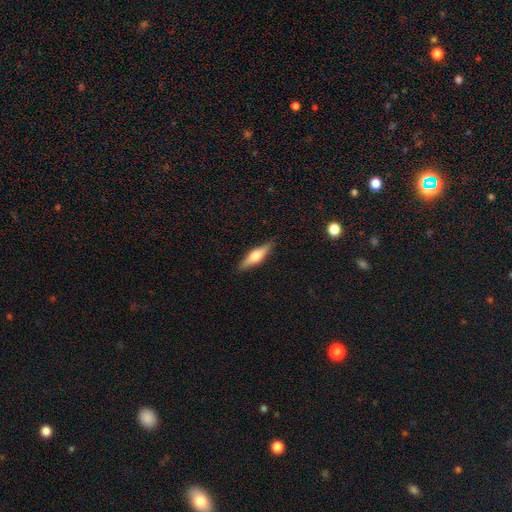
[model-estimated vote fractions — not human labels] The model was most divided on "smooth or featured": featured or disk: 51%, smooth: 43%, star or artifact: 6%. More confident: edge-on disk — yes (95%); merging — none (88%).